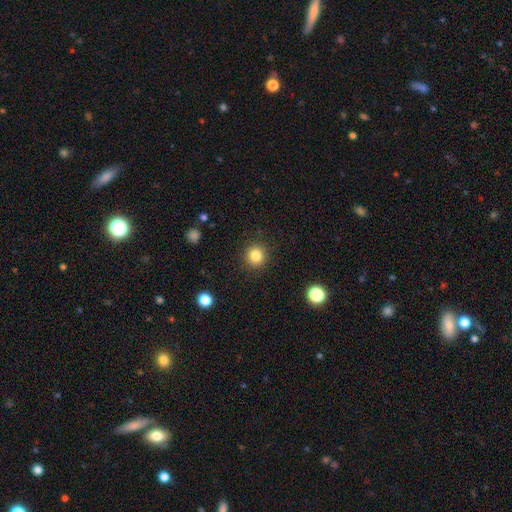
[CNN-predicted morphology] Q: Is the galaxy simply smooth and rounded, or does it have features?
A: smooth — 84%.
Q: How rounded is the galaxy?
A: round — 92%.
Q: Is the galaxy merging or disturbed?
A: none — 91%.